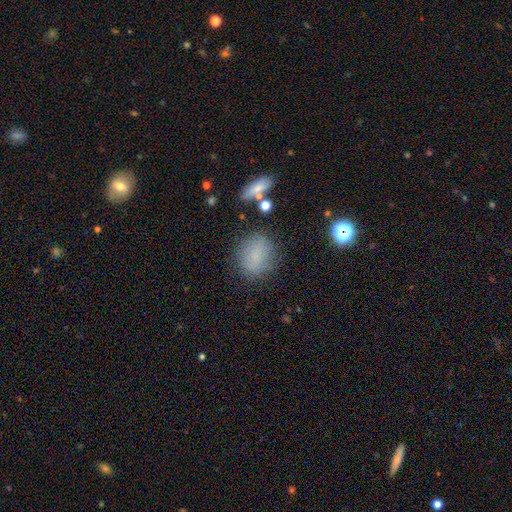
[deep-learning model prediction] A smooth galaxy with no disk features (76%) that is round (61%).

Vote fractions:
- Smooth or featured? smooth: 76% / star or artifact: 14% / featured or disk: 10%
- How rounded? round: 61% / in between: 37% / cigar-shaped: 2%
- Merging? none: 76% / minor disturbance: 16% / major disturbance: 5% / merger: 3%